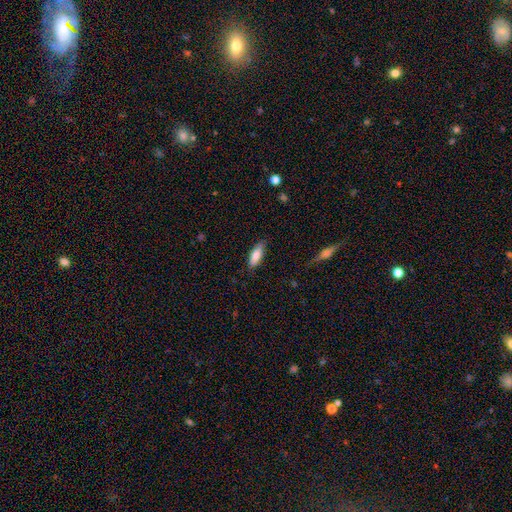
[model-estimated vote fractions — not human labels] Smooth or featured? smooth (83%)
How rounded? in between (66%)
Merging? none (80%)